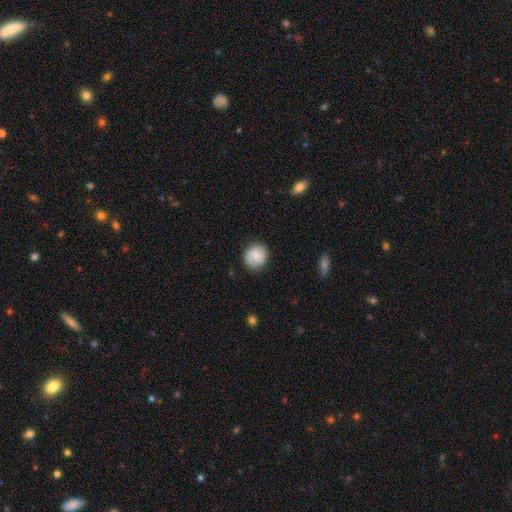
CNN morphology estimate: type=smooth (71%); roundness=round (86%); merging=none (82%).